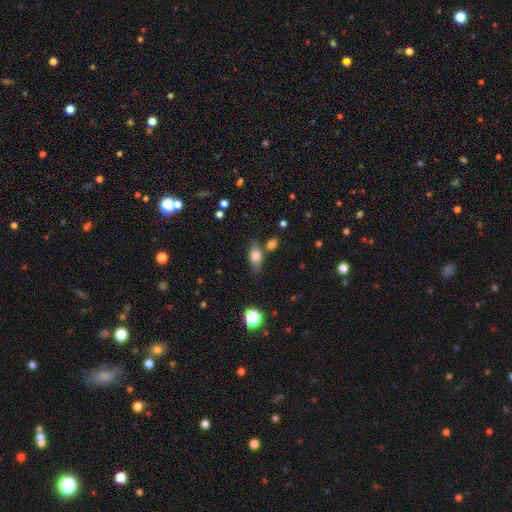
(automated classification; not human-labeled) Smooth or featured: smooth — 71% (featured or disk — 20%)
How rounded: in between — 81% (cigar-shaped — 12%)
Merging: none — 71% (minor disturbance — 14%)